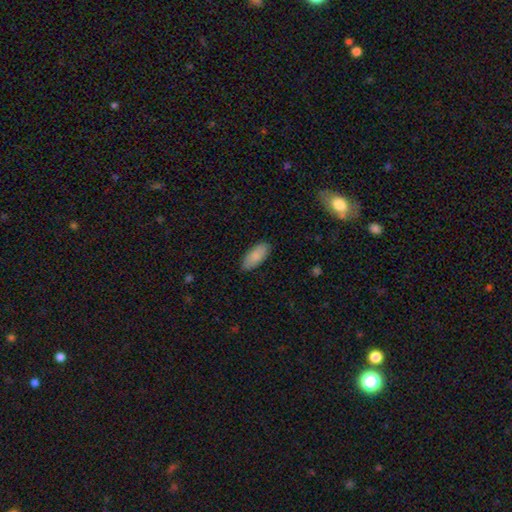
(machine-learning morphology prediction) This appears to be a smooth galaxy with no disk features (86%) that is in between round and cigar-shaped (88%). Merging: none (86%).